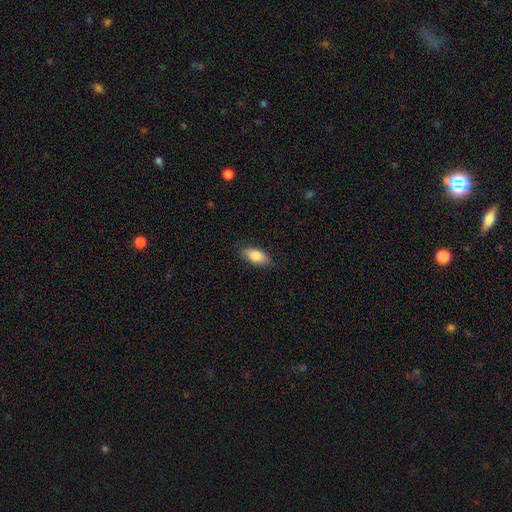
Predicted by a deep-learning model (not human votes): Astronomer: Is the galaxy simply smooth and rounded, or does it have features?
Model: smooth — 80%.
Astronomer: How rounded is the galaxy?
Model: in between — 84%.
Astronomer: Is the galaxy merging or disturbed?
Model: none — 85%.